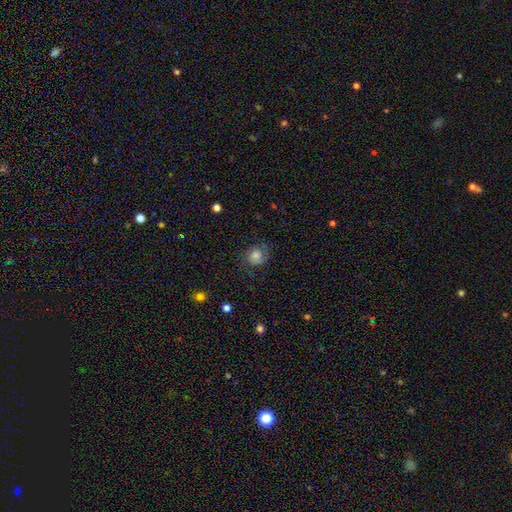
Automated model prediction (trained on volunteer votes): Q: Smooth or featured?
A: smooth (60%); runner-up: featured or disk (28%)
Q: How rounded?
A: round (77%); runner-up: in between (22%)
Q: Merging?
A: none (70%); runner-up: minor disturbance (19%)